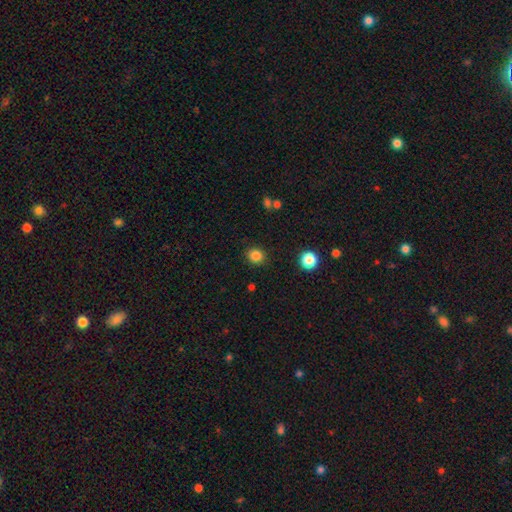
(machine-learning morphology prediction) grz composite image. It shows a smooth galaxy with no disk features (84%) that is round (83%). Merging: none (89%).